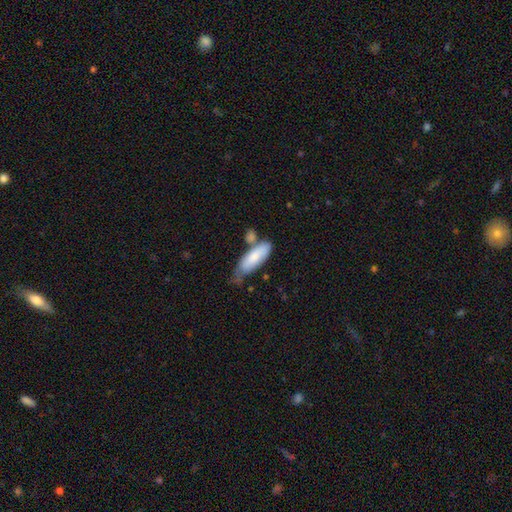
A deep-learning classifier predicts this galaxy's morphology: type=smooth (77%); roundness=in between (65%); merging=none (42%).